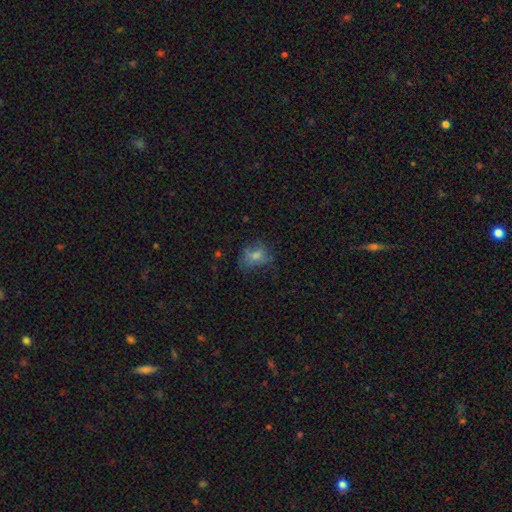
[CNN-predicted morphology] Smooth or featured? Predicted: smooth (p=0.61). How rounded? Predicted: round (p=0.50). Merging? Predicted: none (p=0.52).